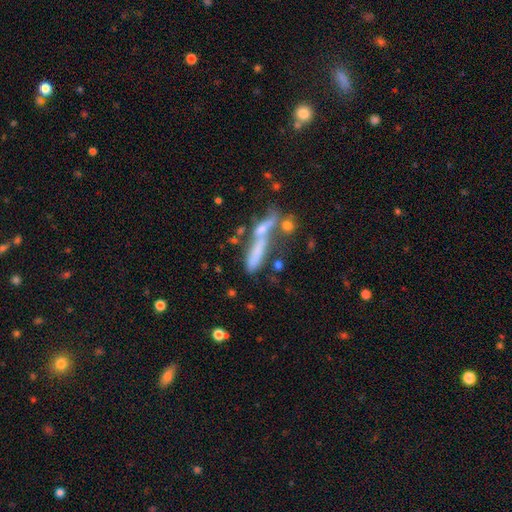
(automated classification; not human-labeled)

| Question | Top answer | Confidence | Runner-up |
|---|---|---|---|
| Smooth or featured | smooth | 62% | featured or disk (26%) |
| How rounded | cigar-shaped | 67% | in between (28%) |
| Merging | merger | 46% | none (29%) |